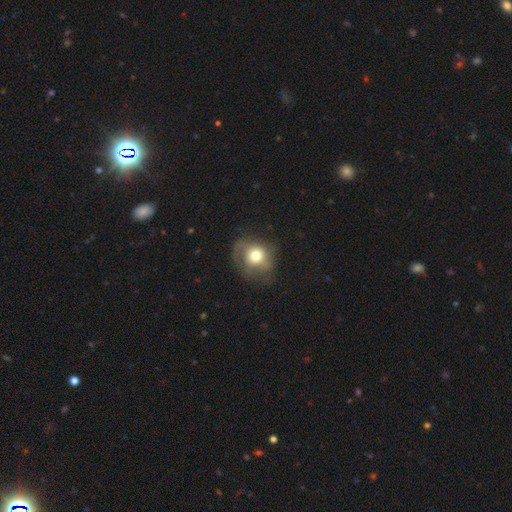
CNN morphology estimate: Smooth or featured? smooth (60%)
How rounded? round (71%)
Merging? none (51%)